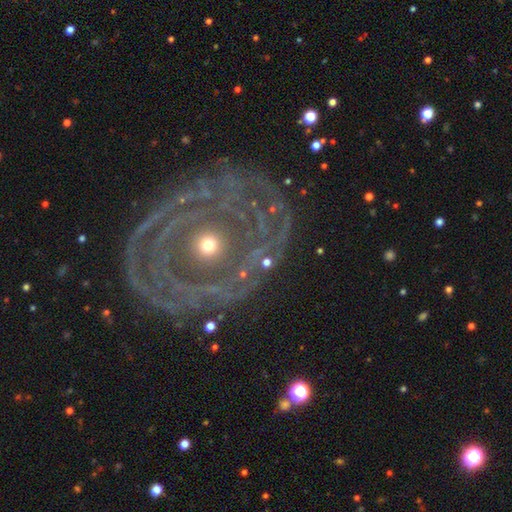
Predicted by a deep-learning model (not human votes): Overall: featured or disk (86%). Edge-on disk: no (96%). Bar: no (82%). Spiral arms: yes (84%). Spiral arm count: can't tell (34%; 2 18%). Spiral winding: tight (81%). Bulge size: moderate (49%; small 46%). Merging: none (78%).